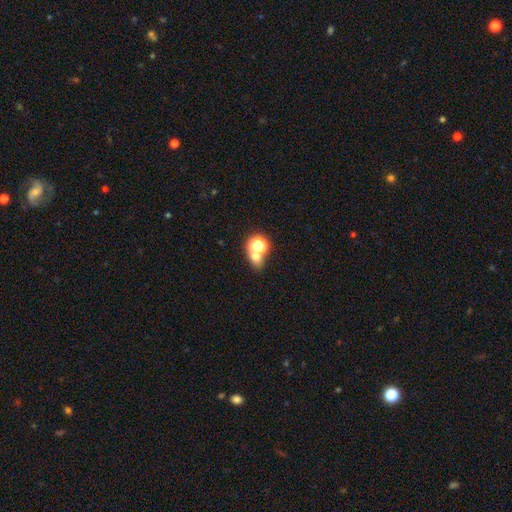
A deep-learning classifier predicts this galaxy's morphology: Smooth or featured: smooth — 60% (star or artifact — 29%)
How rounded: round — 61% (in between — 37%)
Merging: none — 48% (merger — 39%)